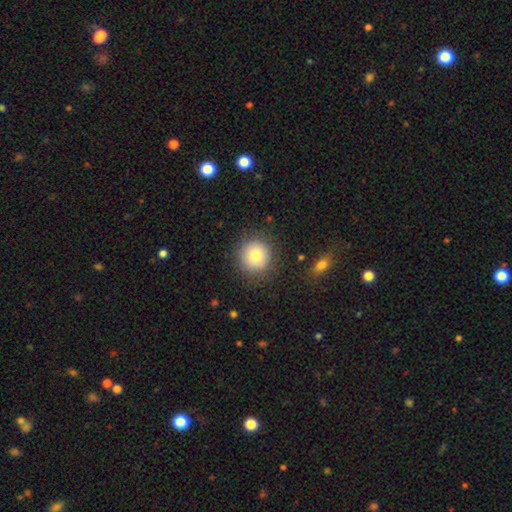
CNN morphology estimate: This appears to be a smooth galaxy with no disk features (78%) that is round (90%). Merging: none (85%).